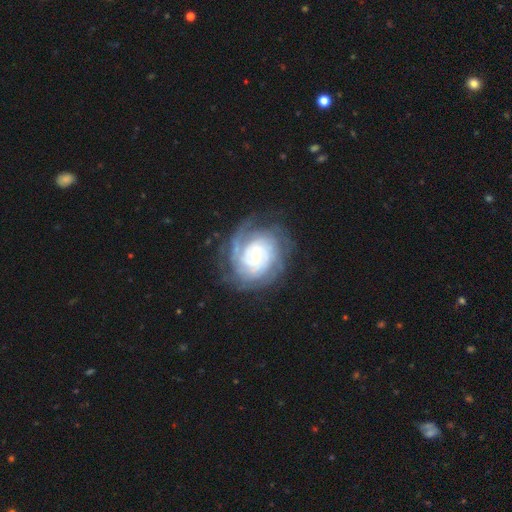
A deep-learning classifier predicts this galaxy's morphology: featured or disk 85%, smooth 10%, star or artifact 6%. Down the decision tree: edge-on disk — no (97%); bar — no (47%); spiral arms — yes (95%); spiral arm count — can't tell (41%); spiral winding — tight (76%); bulge size — small (51%); merging — none (73%).